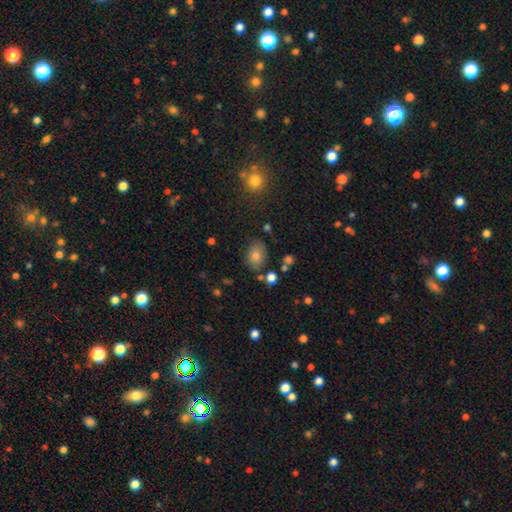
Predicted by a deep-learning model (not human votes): A smooth galaxy with no disk features (77%) that is in between round and cigar-shaped (74%).

Vote fractions:
- Smooth or featured? smooth: 77% / star or artifact: 12% / featured or disk: 11%
- How rounded? in between: 74% / round: 24% / cigar-shaped: 1%
- Merging? none: 79% / minor disturbance: 13% / merger: 4% / major disturbance: 4%